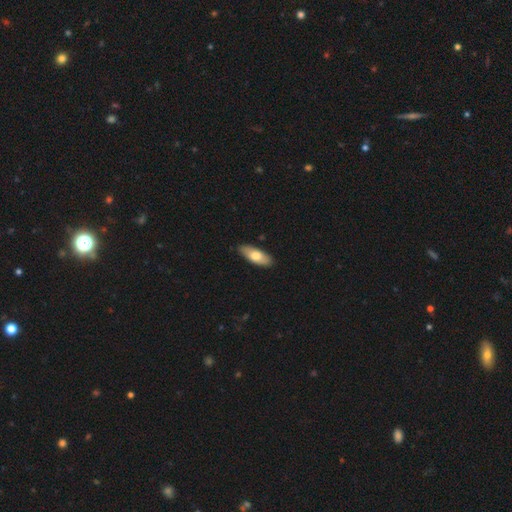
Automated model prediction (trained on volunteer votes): Morphology: type=smooth (70%); roundness=in between (75%); merging=none (88%).